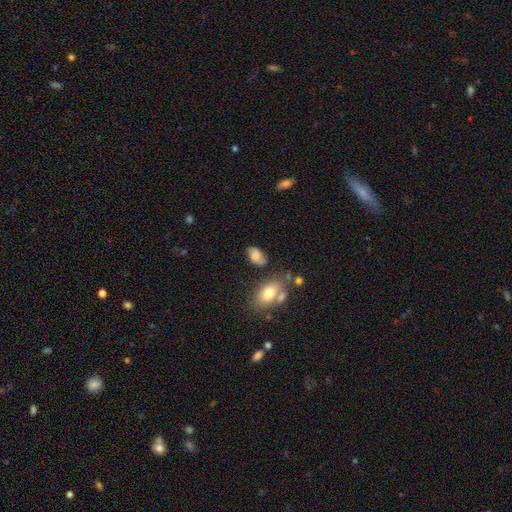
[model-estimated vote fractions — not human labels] Q: Smooth or featured?
A: smooth (63%); runner-up: featured or disk (27%)
Q: How rounded?
A: in between (90%); runner-up: round (8%)
Q: Merging?
A: none (62%); runner-up: minor disturbance (24%)